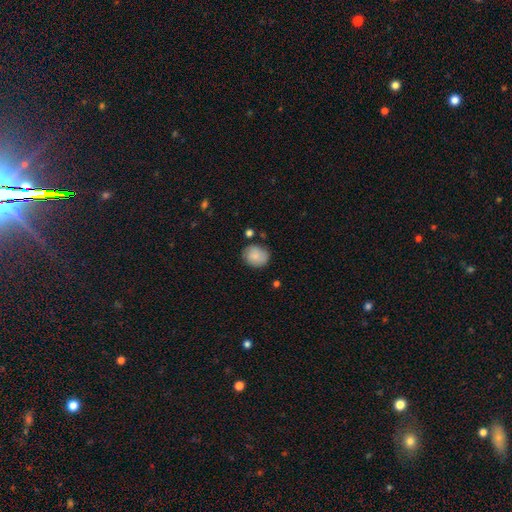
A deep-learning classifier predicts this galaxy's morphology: Smooth or featured? smooth (81%)
How rounded? round (63%)
Merging? none (76%)